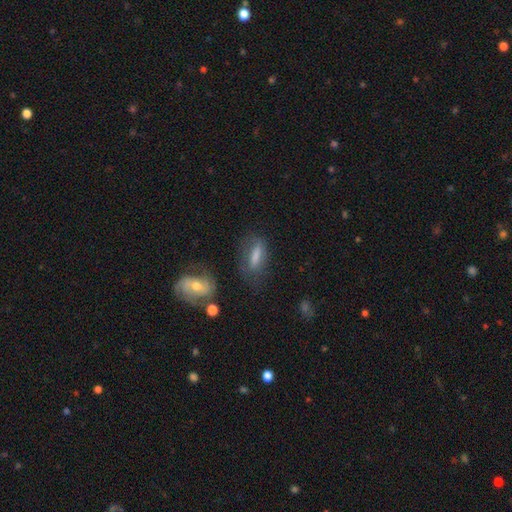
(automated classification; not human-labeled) This is possibly a smooth galaxy (59%). How rounded: possibly in between (57%). Merging: likely none (60%).